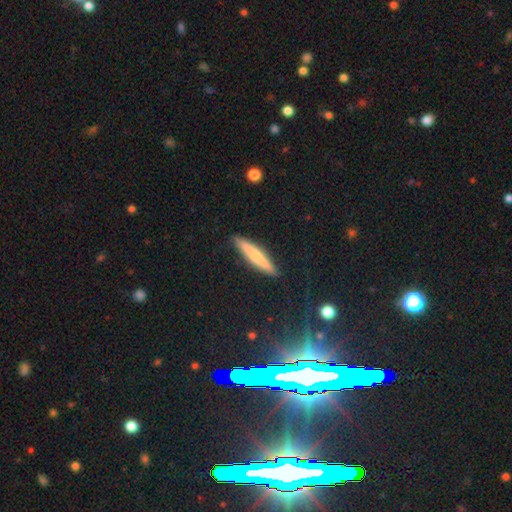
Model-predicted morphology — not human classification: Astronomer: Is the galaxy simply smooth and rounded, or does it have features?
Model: smooth — 47% (runner-up: featured or disk, 34%).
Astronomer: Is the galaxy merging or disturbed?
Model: none — 86%.